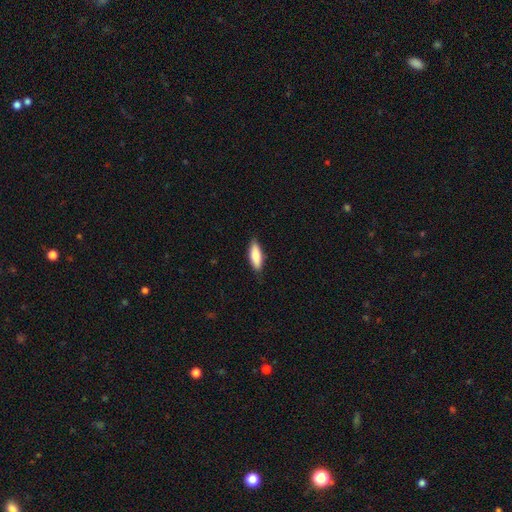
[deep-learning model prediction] smooth 82%, featured or disk 12%, star or artifact 6%. Down the decision tree: how rounded — in between (63%); merging — none (84%).